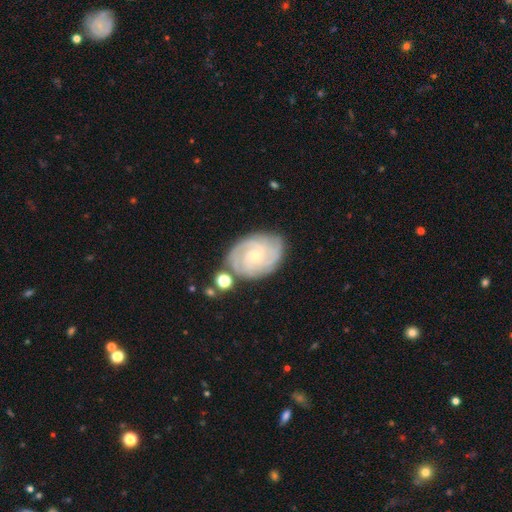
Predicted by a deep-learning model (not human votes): The model was most divided on "spiral arm count": 3: 28%, can't tell: 25%, 2: 20%, 4: 16%, more than 4: 5%, 1: 5%. More confident: edge-on disk — no (97%); spiral arms — yes (96%); smooth or featured — featured or disk (82%); bulge size — small (74%); spiral winding — tight (73%); merging — none (73%); bar — no (72%).